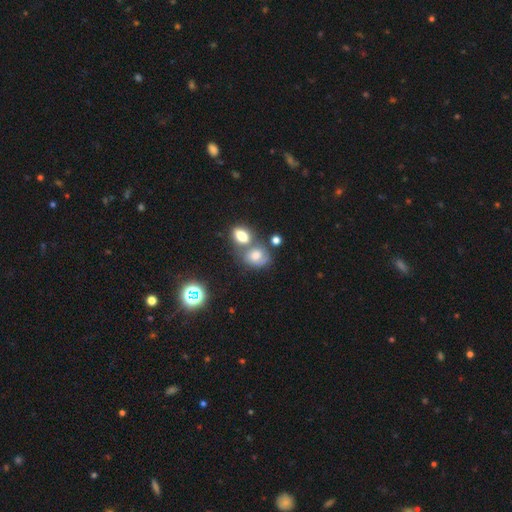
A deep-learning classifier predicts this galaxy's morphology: smooth-or-featured: smooth: 53% | featured or disk: 31% | star or artifact: 16%
  how-rounded: in between: 53% | round: 45% | cigar-shaped: 1%
  merging: merger: 44% | none: 34% | minor disturbance: 14% | major disturbance: 8%